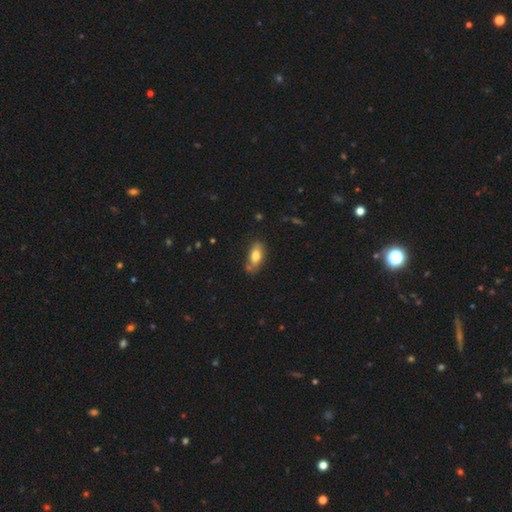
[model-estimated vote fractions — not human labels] The model was most divided on "merging": none: 68%, minor disturbance: 21%, merger: 6%, major disturbance: 5%. More confident: how rounded — in between (82%); smooth or featured — smooth (74%).